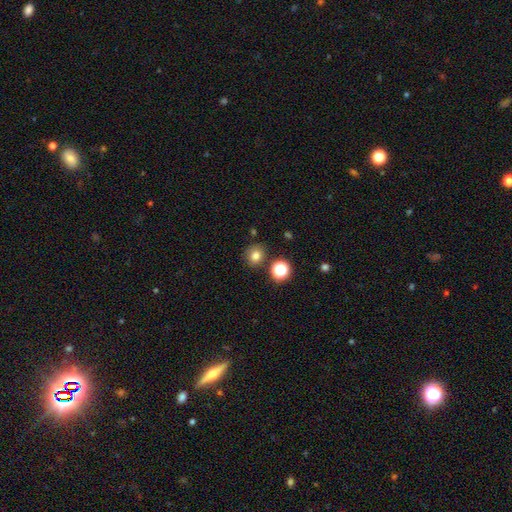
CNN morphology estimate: A smooth galaxy with no disk features (79%) that is round (79%). Merging: none (82%).